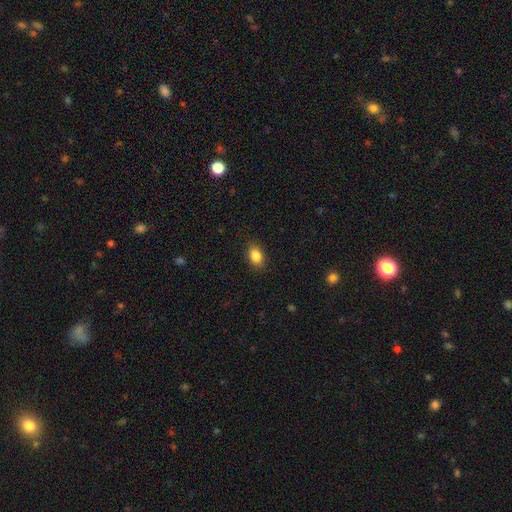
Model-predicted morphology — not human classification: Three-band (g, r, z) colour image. It shows a smooth galaxy with no disk features (85%) that is in between round and cigar-shaped (81%). Merging: none (87%).